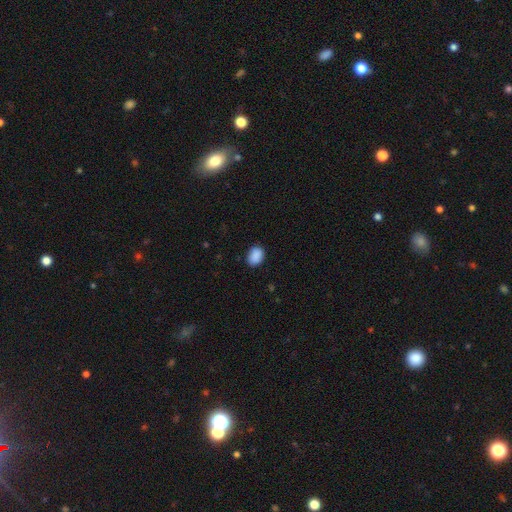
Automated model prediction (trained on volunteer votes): Smooth or featured: smooth — 89% (star or artifact — 7%)
How rounded: in between — 72% (round — 27%)
Merging: none — 82% (minor disturbance — 14%)